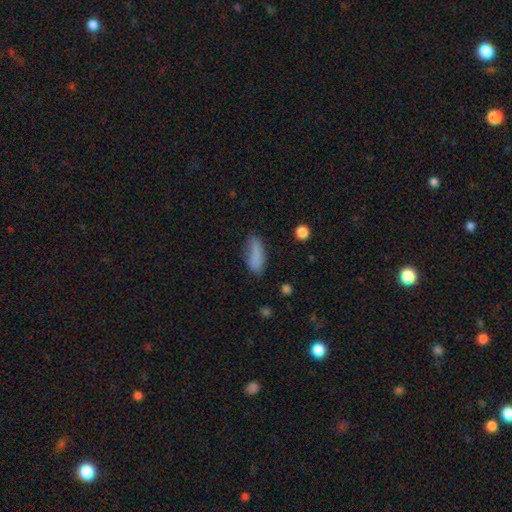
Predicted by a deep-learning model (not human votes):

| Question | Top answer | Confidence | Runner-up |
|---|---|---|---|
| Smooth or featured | smooth | 80% | featured or disk (10%) |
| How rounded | in between | 68% | cigar-shaped (29%) |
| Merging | none | 56% | minor disturbance (28%) |